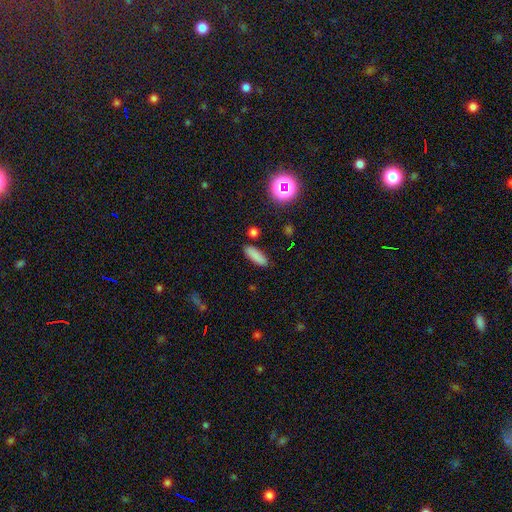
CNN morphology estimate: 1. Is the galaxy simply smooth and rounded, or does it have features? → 84% smooth, 10% star or artifact, 6% featured or disk.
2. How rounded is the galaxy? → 57% in between, 40% cigar-shaped, 3% round.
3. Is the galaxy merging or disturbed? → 85% none, 10% minor disturbance, 3% merger, 2% major disturbance.